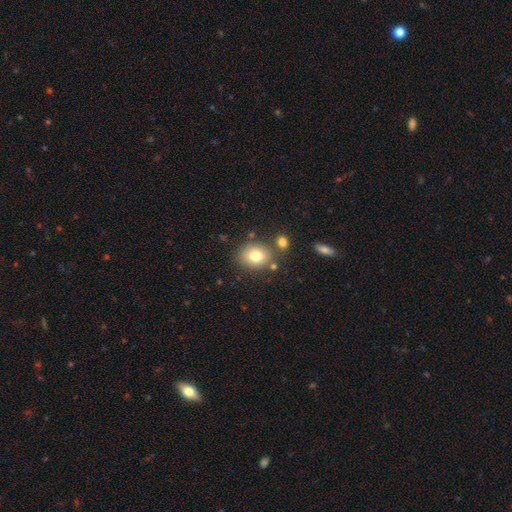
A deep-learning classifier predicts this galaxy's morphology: A smooth galaxy with no disk features (78%) that is round (56%).

Vote fractions:
- Smooth or featured? smooth: 78% / featured or disk: 12% / star or artifact: 11%
- How rounded? round: 56% / in between: 43% / cigar-shaped: 1%
- Merging? none: 74% / minor disturbance: 12% / merger: 10% / major disturbance: 4%